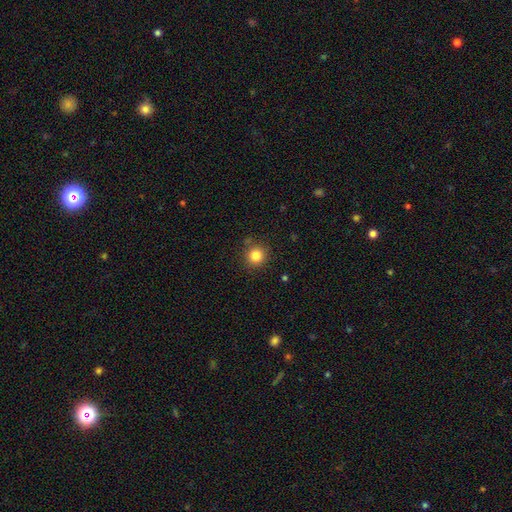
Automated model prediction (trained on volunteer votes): This is clearly a smooth galaxy (84%). How rounded: clearly round (94%). Merging: clearly none (86%).